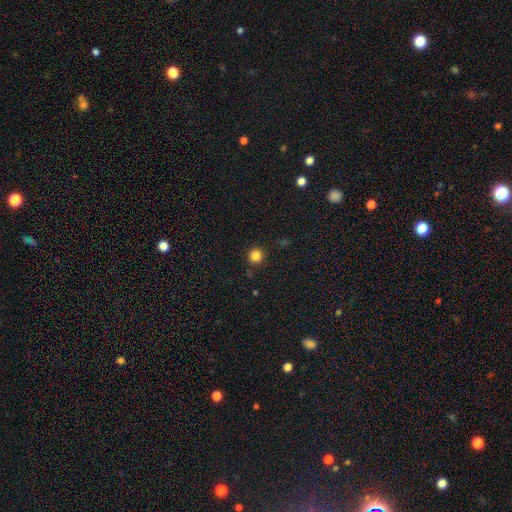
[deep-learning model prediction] A smooth galaxy with no disk features (83%) that is round (94%).

Vote fractions:
- Smooth or featured? smooth: 83% / star or artifact: 13% / featured or disk: 4%
- How rounded? round: 94% / in between: 5% / cigar-shaped: 1%
- Merging? none: 91% / minor disturbance: 6% / major disturbance: 2% / merger: 1%